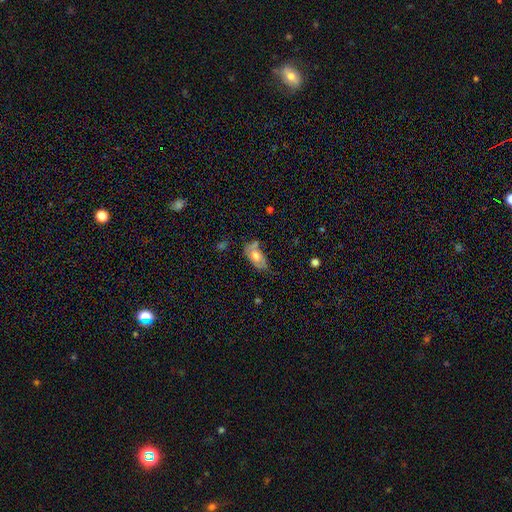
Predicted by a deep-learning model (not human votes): This appears to be a smooth galaxy with no disk features (53%) that is in between round and cigar-shaped (90%). Merging: none (44%).